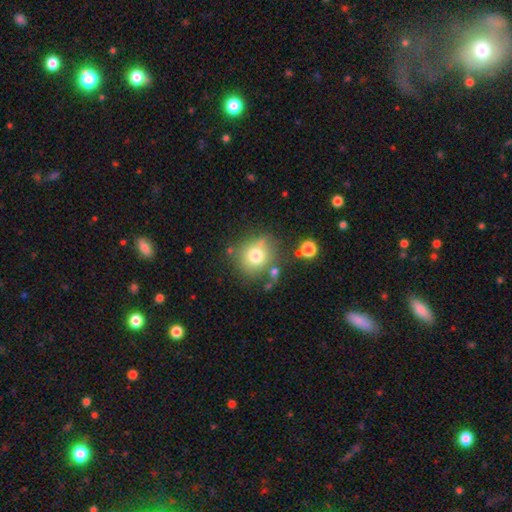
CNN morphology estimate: A smooth galaxy with no disk features (74%) that is round (84%). Merging: none (68%).